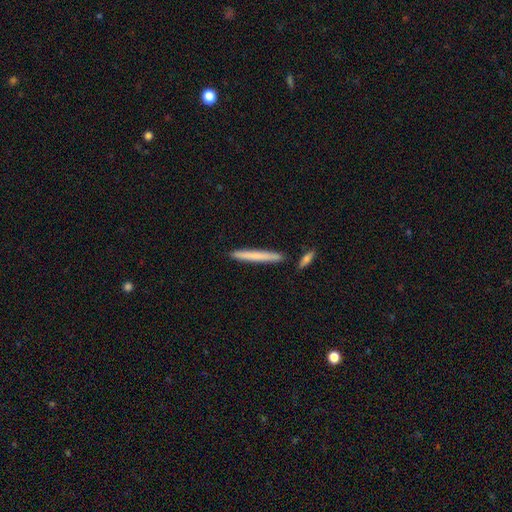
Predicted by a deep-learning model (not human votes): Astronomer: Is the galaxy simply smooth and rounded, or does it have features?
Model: smooth — 68%.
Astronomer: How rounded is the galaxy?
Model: cigar-shaped — 97%.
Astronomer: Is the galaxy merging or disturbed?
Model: none — 87%.